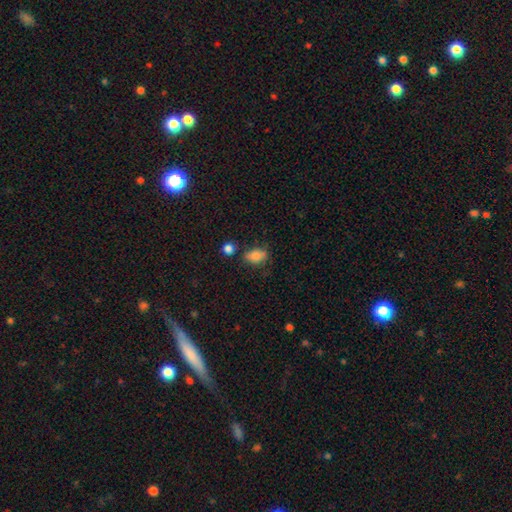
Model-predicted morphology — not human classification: Smooth or featured? smooth (82%)
How rounded? in between (83%)
Merging? none (67%)